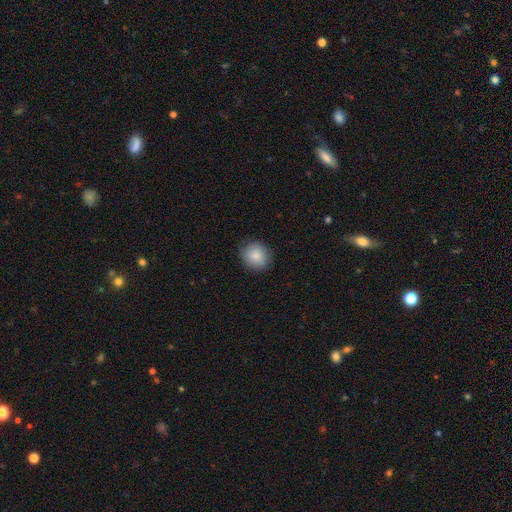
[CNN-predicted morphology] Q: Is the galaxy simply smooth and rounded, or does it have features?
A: smooth — 85%.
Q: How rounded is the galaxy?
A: round — 83%.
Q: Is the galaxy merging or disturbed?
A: none — 86%.